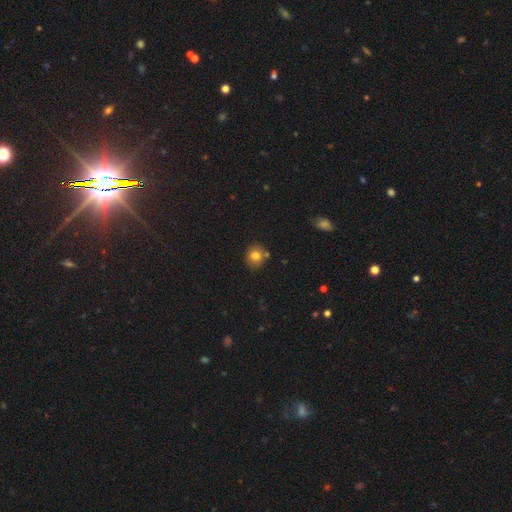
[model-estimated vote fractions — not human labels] This is likely a smooth galaxy (79%). How rounded: clearly round (84%). Merging: likely none (77%).